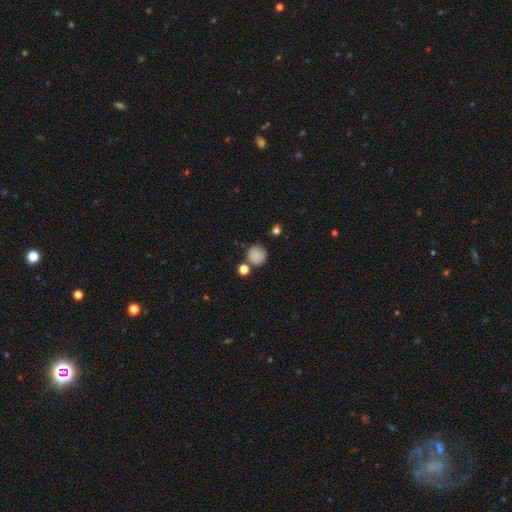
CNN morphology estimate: Smooth or featured: smooth — 82% (star or artifact — 10%)
How rounded: round — 91% (in between — 8%)
Merging: none — 71% (minor disturbance — 14%)